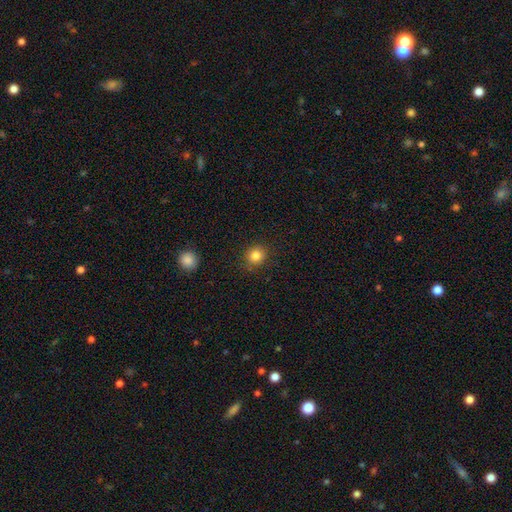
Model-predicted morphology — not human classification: Smooth or featured?
  - smooth: 84% *
  - star or artifact: 11%
  - featured or disk: 5%
How rounded?
  - round: 83% *
  - in between: 16%
  - cigar-shaped: 1%
Merging?
  - none: 86% *
  - minor disturbance: 10%
  - major disturbance: 3%
  - merger: 1%